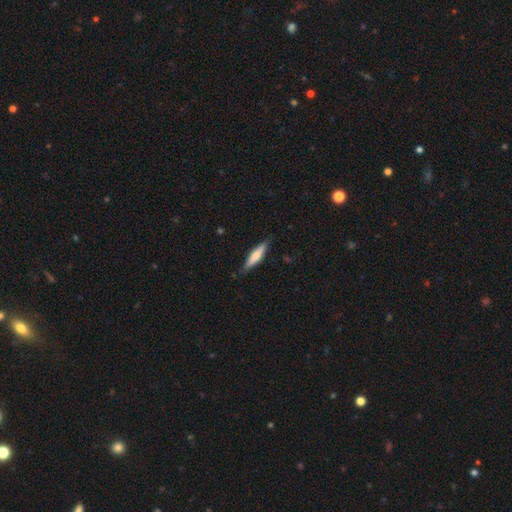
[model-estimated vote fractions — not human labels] Overall: smooth (55%; featured or disk 40%). How rounded: cigar-shaped (80%). Merging: none (83%).